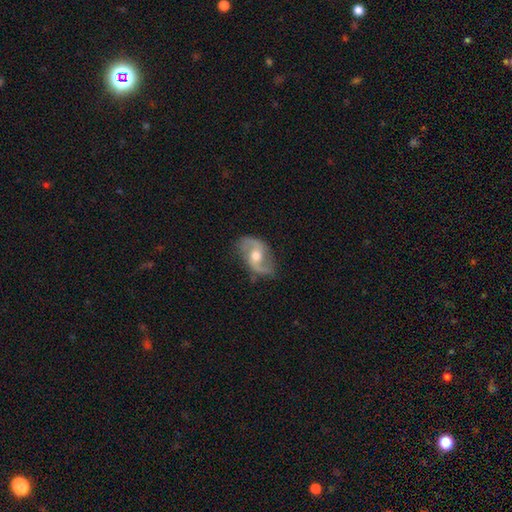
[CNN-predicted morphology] Smooth or featured: featured or disk — 84% (smooth — 11%)
Edge-on disk: no — 96% (yes — 4%)
Bar: no — 48% (weak — 41%)
Spiral arms: yes — 94% (no — 6%)
Spiral winding: loose — 45% (medium — 43%)
Spiral arm count: 2 — 92% (can't tell — 3%)
Bulge size: moderate — 62% (large — 25%)
Merging: none — 75% (minor disturbance — 17%)